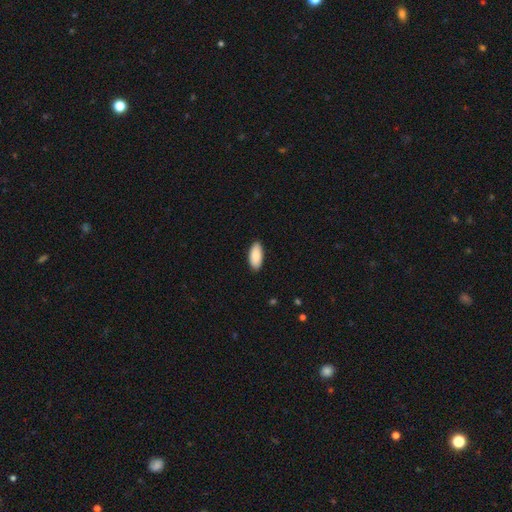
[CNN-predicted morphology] A smooth galaxy with no disk features (87%) that is in between round and cigar-shaped (90%).

Vote fractions:
- Smooth or featured? smooth: 87% / featured or disk: 7% / star or artifact: 6%
- How rounded? in between: 90% / cigar-shaped: 8% / round: 2%
- Merging? none: 89% / minor disturbance: 9% / major disturbance: 2% / merger: 1%